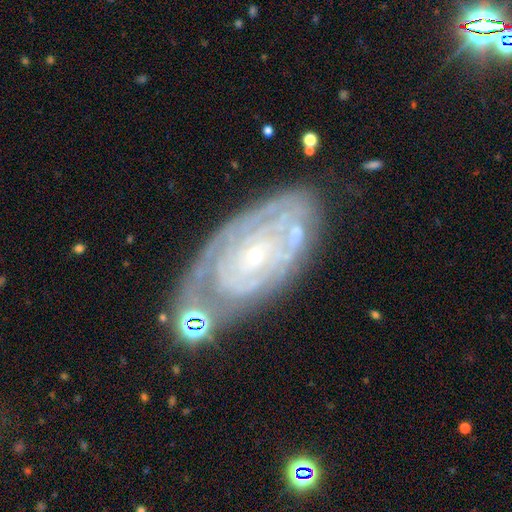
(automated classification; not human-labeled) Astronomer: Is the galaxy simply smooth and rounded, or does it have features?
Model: featured or disk — 84%.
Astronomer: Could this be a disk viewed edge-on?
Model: no — 94%.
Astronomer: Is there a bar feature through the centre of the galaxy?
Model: no — 77%.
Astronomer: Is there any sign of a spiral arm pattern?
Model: yes — 88%.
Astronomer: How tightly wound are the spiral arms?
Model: tight — 80%.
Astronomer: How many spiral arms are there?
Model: can't tell — 51%.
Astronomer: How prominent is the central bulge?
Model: small — 83%.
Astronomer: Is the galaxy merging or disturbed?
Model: none — 54%.